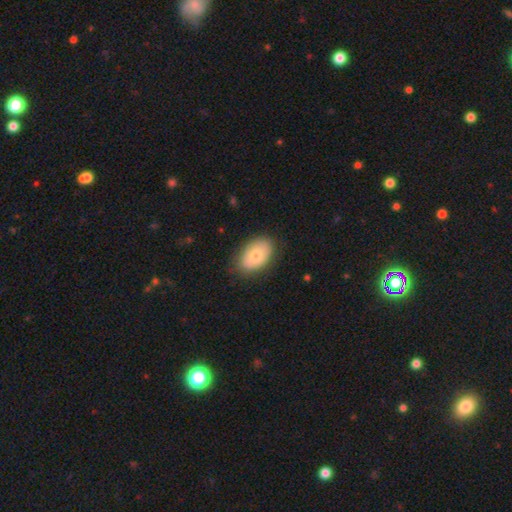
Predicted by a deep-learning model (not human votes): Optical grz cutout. It shows a smooth galaxy with no disk features (71%) that is in between round and cigar-shaped (90%). Merging: none (82%).